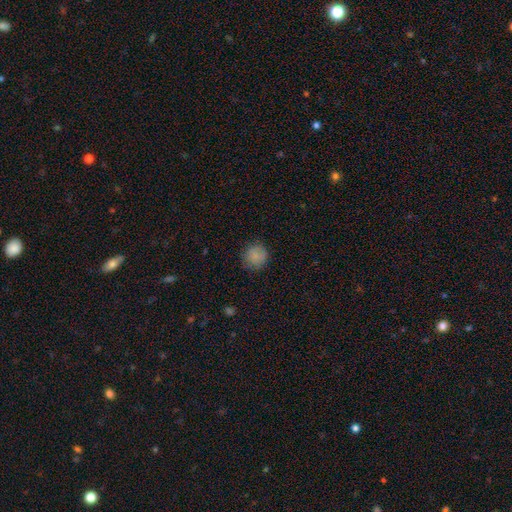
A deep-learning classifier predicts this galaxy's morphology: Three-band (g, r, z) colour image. It shows a smooth galaxy with no disk features (84%) that is round (91%). Merging: none (82%).